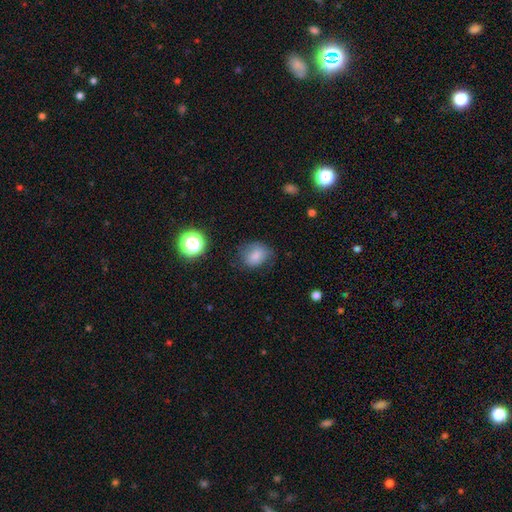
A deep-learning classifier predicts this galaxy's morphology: Q: Smooth or featured?
A: smooth (77%); runner-up: star or artifact (12%)
Q: How rounded?
A: round (55%); runner-up: in between (44%)
Q: Merging?
A: none (63%); runner-up: minor disturbance (26%)